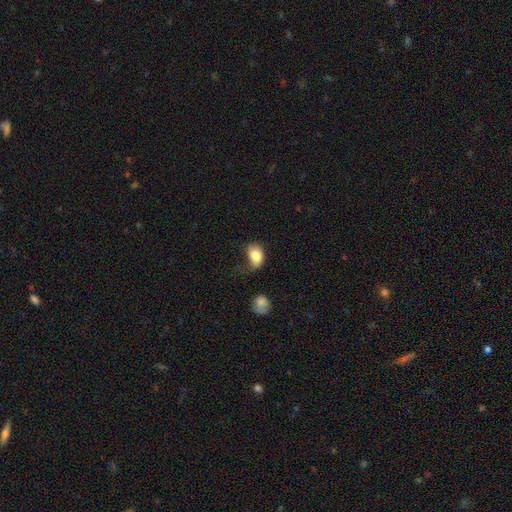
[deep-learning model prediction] smooth_or_featured: smooth (p=0.83) [alt: featured or disk p=0.09]
how_rounded: in between (p=0.81) [alt: round p=0.18]
merging: none (p=0.38) [alt: minor disturbance p=0.35]